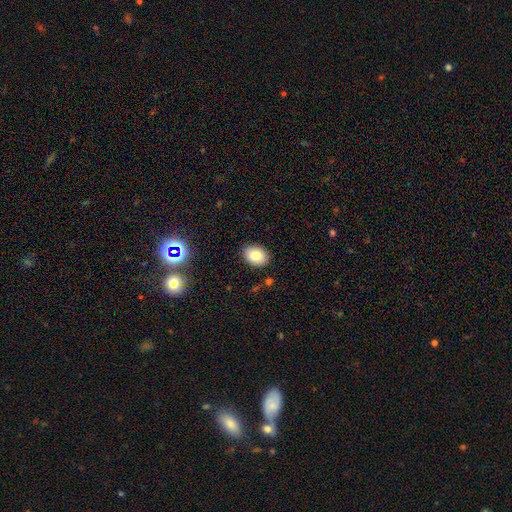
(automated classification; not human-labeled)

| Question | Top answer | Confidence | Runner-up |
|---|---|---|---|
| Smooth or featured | smooth | 85% | star or artifact (9%) |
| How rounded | in between | 80% | round (19%) |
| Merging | none | 84% | minor disturbance (11%) |